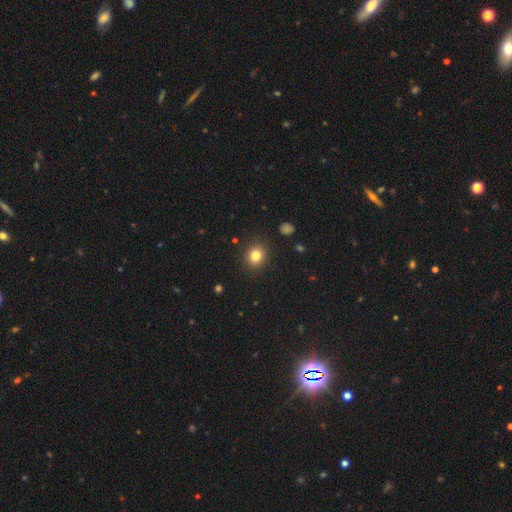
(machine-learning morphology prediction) smooth-or-featured: smooth: 82% | star or artifact: 12% | featured or disk: 7%
  how-rounded: round: 78% | in between: 22% | cigar-shaped: 1%
  merging: none: 90% | minor disturbance: 7% | major disturbance: 2% | merger: 1%